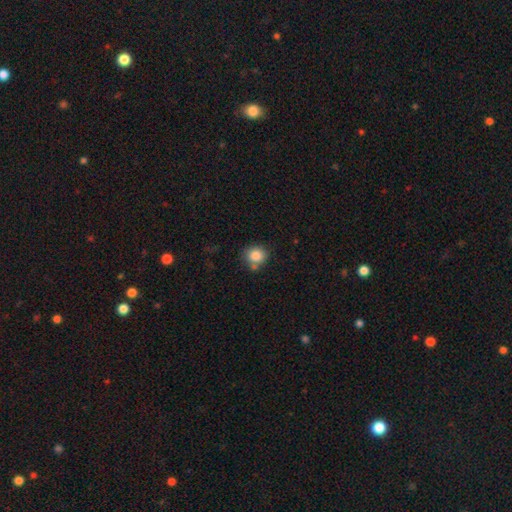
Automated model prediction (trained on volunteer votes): A smooth galaxy with no disk features (85%) that is round (79%).

Vote fractions:
- Smooth or featured? smooth: 85% / star or artifact: 9% / featured or disk: 6%
- How rounded? round: 79% / in between: 20% / cigar-shaped: 1%
- Merging? none: 68% / minor disturbance: 16% / merger: 12% / major disturbance: 4%